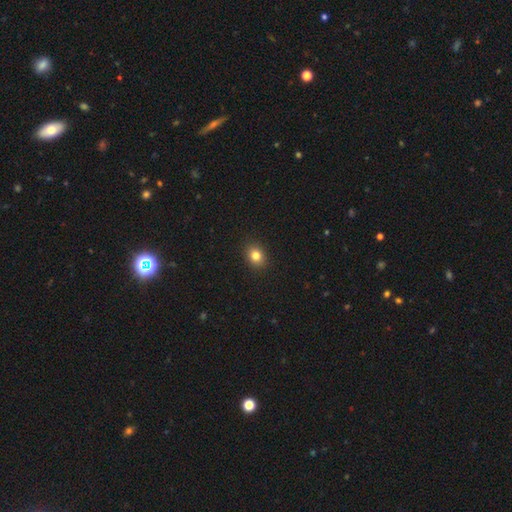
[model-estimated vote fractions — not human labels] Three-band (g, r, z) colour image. It shows a smooth galaxy with no disk features (82%) that is round (55%). Merging: none (91%).